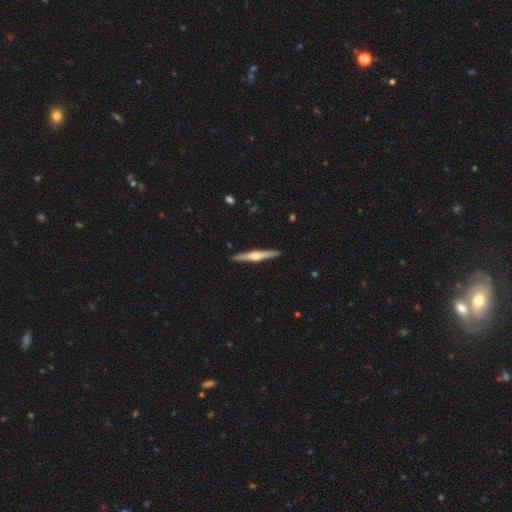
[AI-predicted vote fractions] Overall: featured or disk (72%). Edge-on disk: yes (98%). Edge-on bulge: rounded (93%). Merging: none (92%).